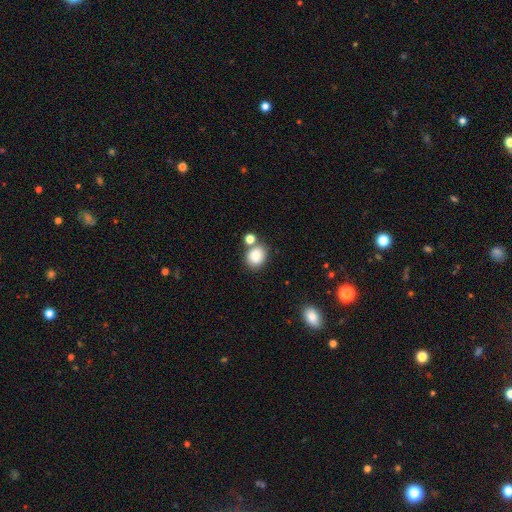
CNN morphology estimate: Smooth or featured? smooth (84%)
How rounded? round (66%)
Merging? none (63%)